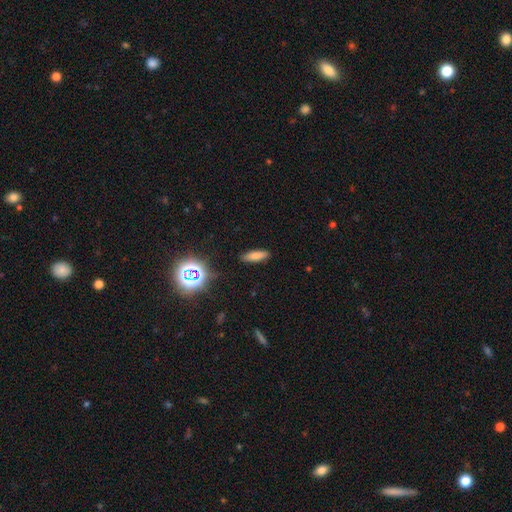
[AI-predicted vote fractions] smooth_or_featured: smooth (p=0.76) [alt: star or artifact p=0.14]
how_rounded: in between (p=0.50) [alt: cigar-shaped p=0.47]
merging: none (p=0.88) [alt: minor disturbance p=0.09]